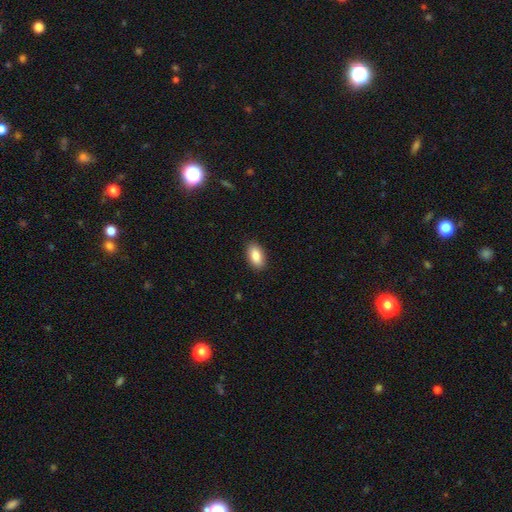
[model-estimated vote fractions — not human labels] smooth 87%, star or artifact 7%, featured or disk 6%. Down the decision tree: how rounded — in between (94%); merging — none (89%).